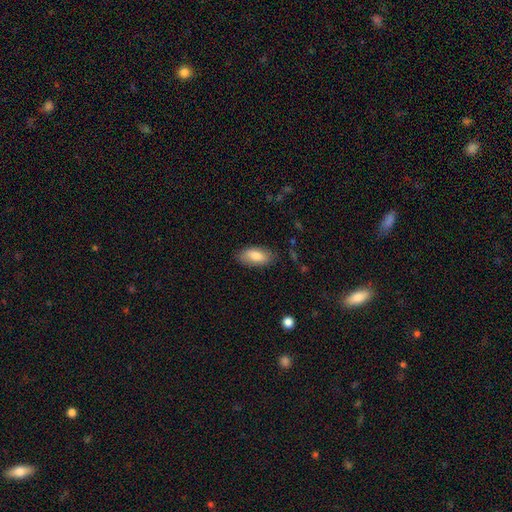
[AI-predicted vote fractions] Smooth or featured: smooth — 82% (featured or disk — 12%)
How rounded: in between — 90% (cigar-shaped — 7%)
Merging: none — 82% (minor disturbance — 14%)